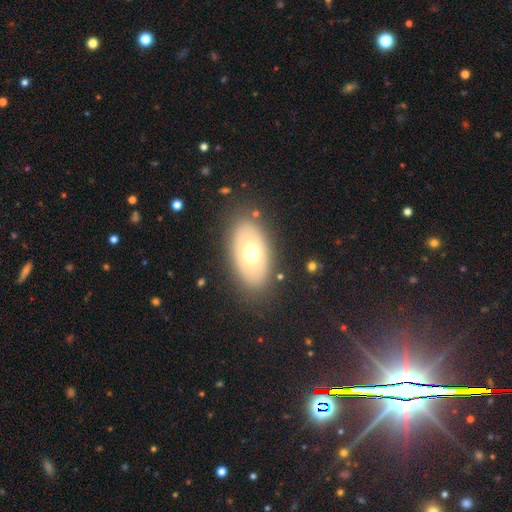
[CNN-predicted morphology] The model was most divided on "smooth or featured": smooth: 64%, featured or disk: 27%, star or artifact: 9%. More confident: how rounded — in between (89%); merging — none (83%).